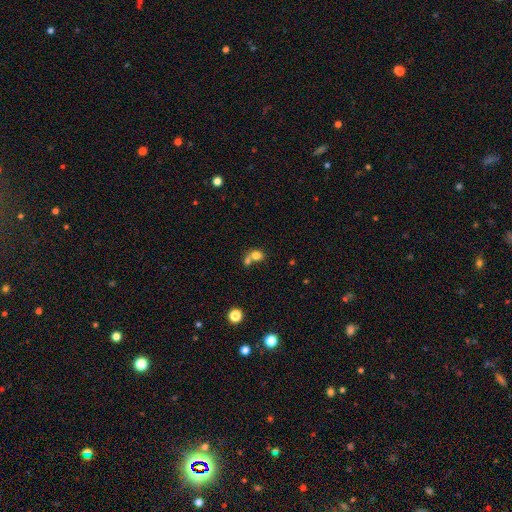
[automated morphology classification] Overall: smooth (76%). How rounded: round (58%; in between 40%). Merging: merger (56%; none 32%).